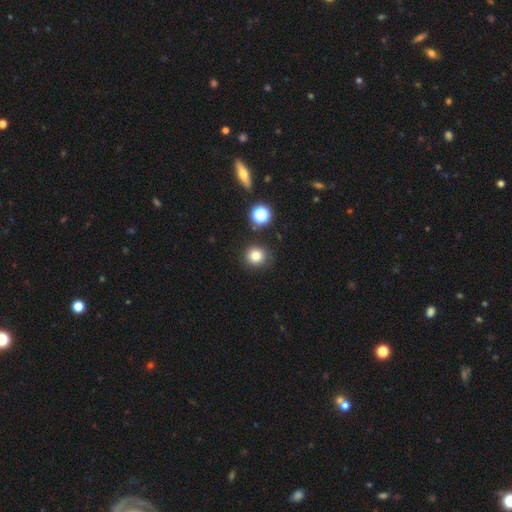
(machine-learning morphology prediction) Smooth or featured: smooth — 79% (star or artifact — 14%)
How rounded: round — 88% (in between — 11%)
Merging: none — 85% (minor disturbance — 9%)